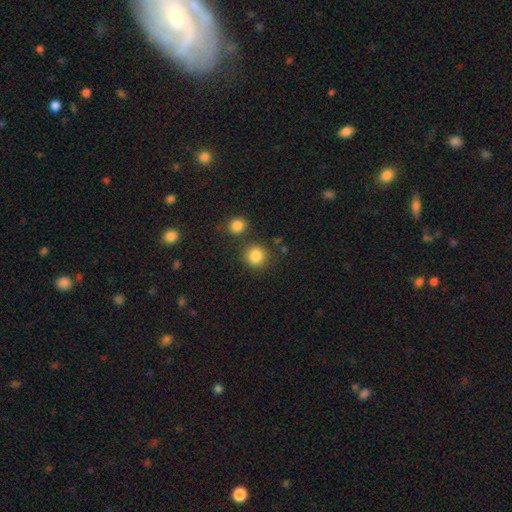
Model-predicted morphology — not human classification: Smooth or featured?
  - smooth: 86% *
  - star or artifact: 10%
  - featured or disk: 5%
How rounded?
  - round: 89% *
  - in between: 10%
  - cigar-shaped: 1%
Merging?
  - none: 79% *
  - minor disturbance: 9%
  - merger: 9%
  - major disturbance: 3%